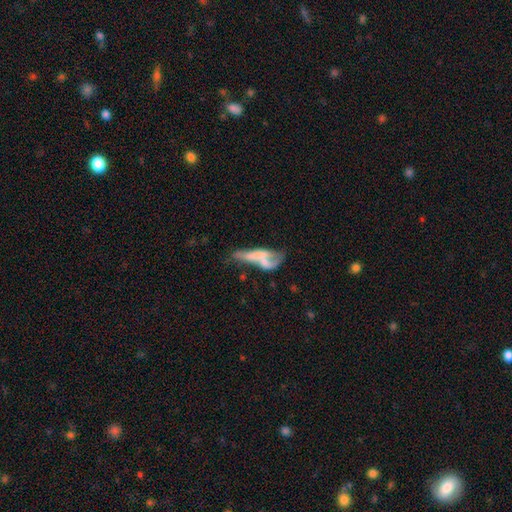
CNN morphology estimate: Smooth or featured: featured or disk — 50% (smooth — 37%)
Edge-on disk: no — 74% (yes — 26%)
Merging: merger — 31% (major disturbance — 29%)